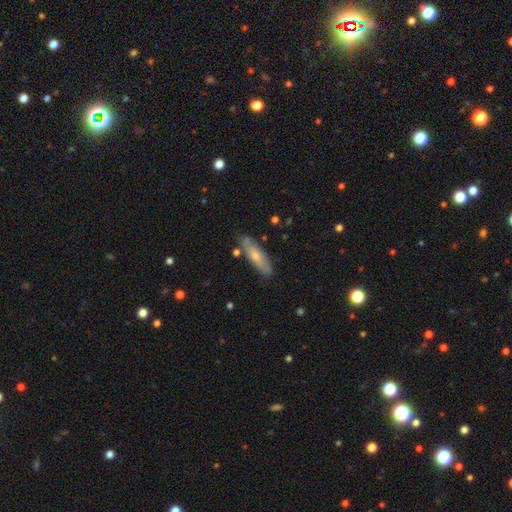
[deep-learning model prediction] This is possibly a smooth galaxy (60%). How rounded: possibly cigar-shaped (60%). Merging: likely none (77%).